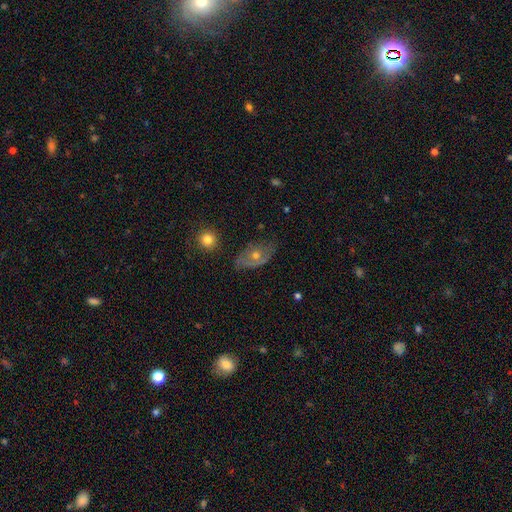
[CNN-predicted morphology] smooth_or_featured: featured or disk (p=0.58) [alt: smooth p=0.29]
disk_edge_on: no (p=0.89) [alt: yes p=0.11]
bar: no (p=0.83) [alt: weak p=0.14]
has_spiral_arms: yes (p=0.57) [alt: no p=0.43]
bulge_size: moderate (p=0.54) [alt: small p=0.41]
merging: none (p=0.65) [alt: minor disturbance p=0.24]